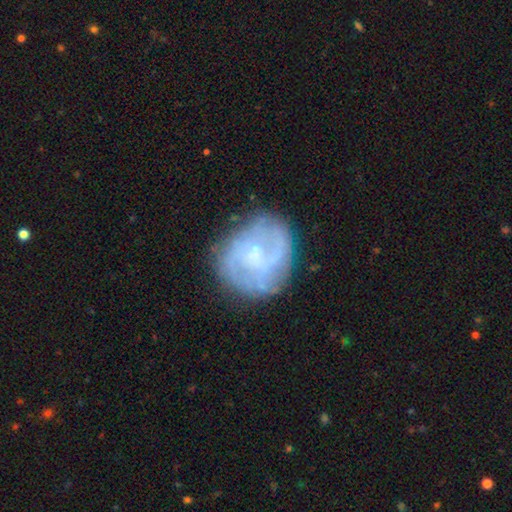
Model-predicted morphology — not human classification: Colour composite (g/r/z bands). It shows a featured or disk galaxy (70%) with no bar (53%), 2 (38%) medium (41%) spiral arms (81%) and a small central bulge (56%). Merging: none (70%).